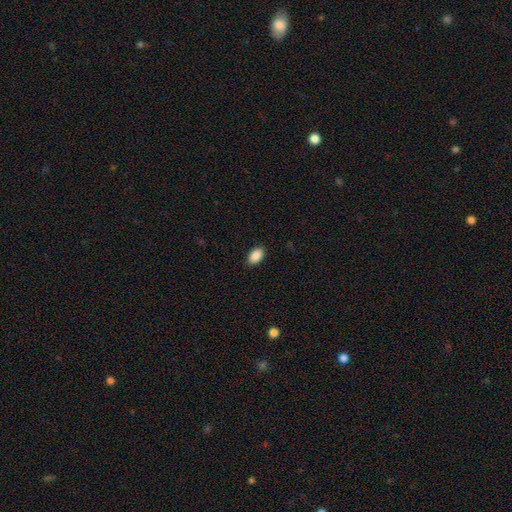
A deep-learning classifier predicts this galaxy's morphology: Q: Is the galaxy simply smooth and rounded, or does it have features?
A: smooth — 90%.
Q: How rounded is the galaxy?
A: in between — 93%.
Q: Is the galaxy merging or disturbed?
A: none — 89%.